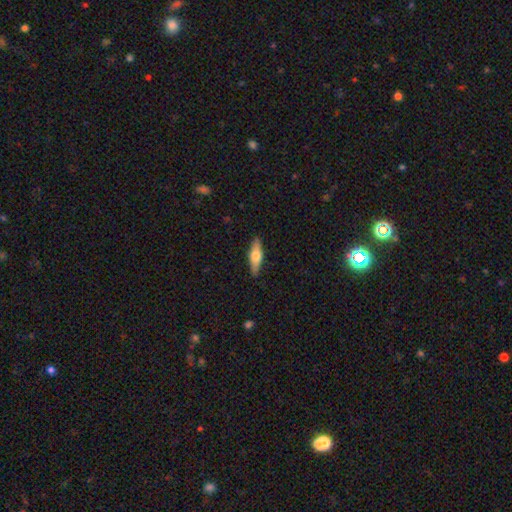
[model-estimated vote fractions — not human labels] This is possibly a smooth galaxy (54%). How rounded: possibly cigar-shaped (53%). Merging: clearly none (88%).